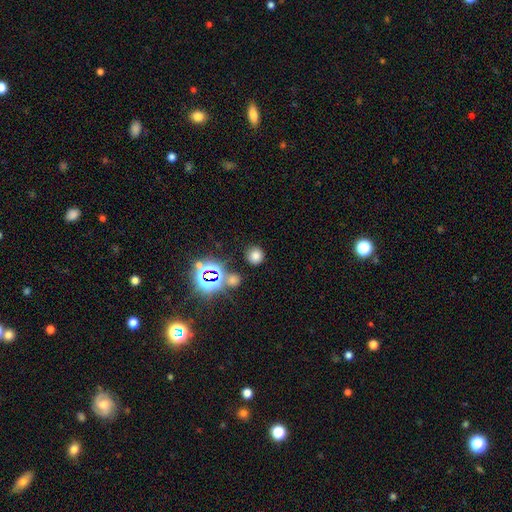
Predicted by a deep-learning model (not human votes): Q: Smooth or featured?
A: smooth (70%); runner-up: star or artifact (23%)
Q: How rounded?
A: round (92%); runner-up: in between (7%)
Q: Merging?
A: none (86%); runner-up: minor disturbance (7%)